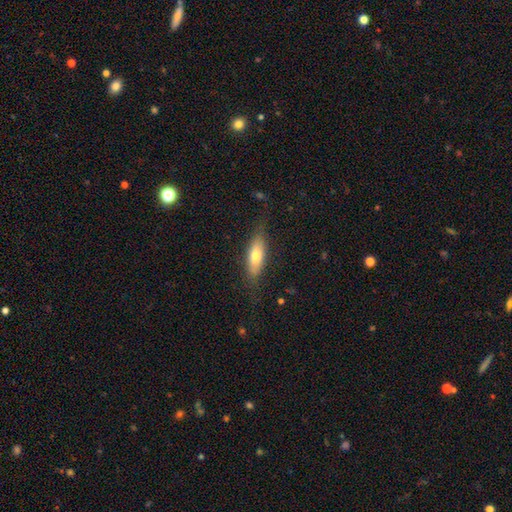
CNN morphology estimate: Smooth or featured: smooth — 68% (featured or disk — 26%)
How rounded: in between — 59% (cigar-shaped — 38%)
Merging: none — 77% (minor disturbance — 16%)